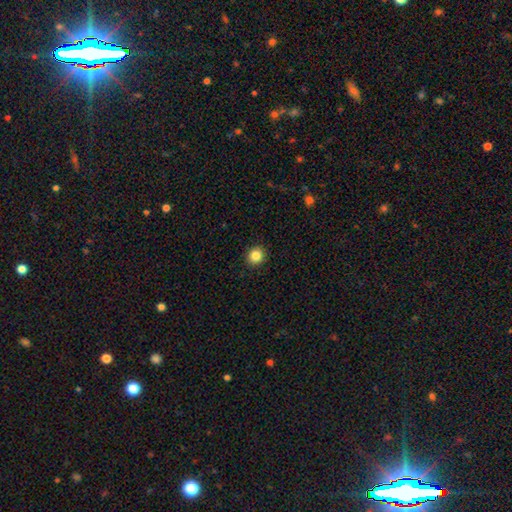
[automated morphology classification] type=smooth (85%); roundness=round (90%); merging=none (93%).